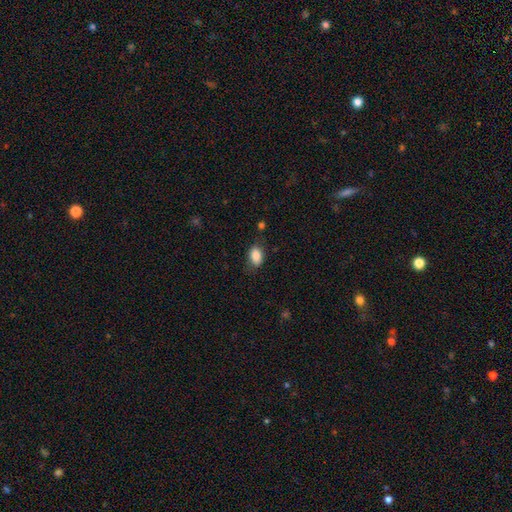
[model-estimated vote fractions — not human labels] smooth 86%, star or artifact 8%, featured or disk 6%. Down the decision tree: how rounded — in between (87%); merging — none (75%).